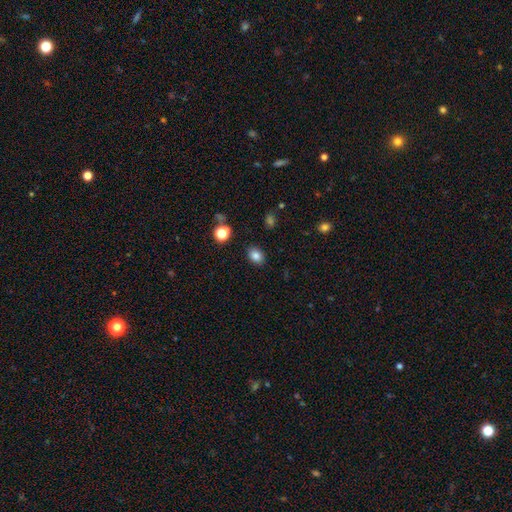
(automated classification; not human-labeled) This is clearly a smooth galaxy (83%). How rounded: likely in between (63%). Merging: clearly none (87%).